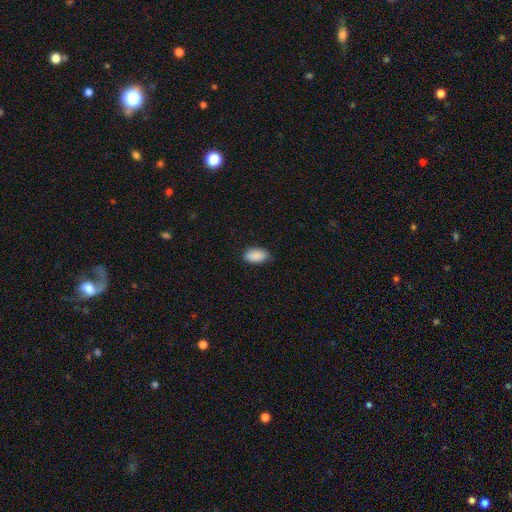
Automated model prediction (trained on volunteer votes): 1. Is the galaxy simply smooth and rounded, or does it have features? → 90% smooth, 7% star or artifact, 3% featured or disk.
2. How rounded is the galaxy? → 94% in between, 4% round, 2% cigar-shaped.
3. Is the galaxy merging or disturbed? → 79% none, 17% minor disturbance, 3% major disturbance, 1% merger.